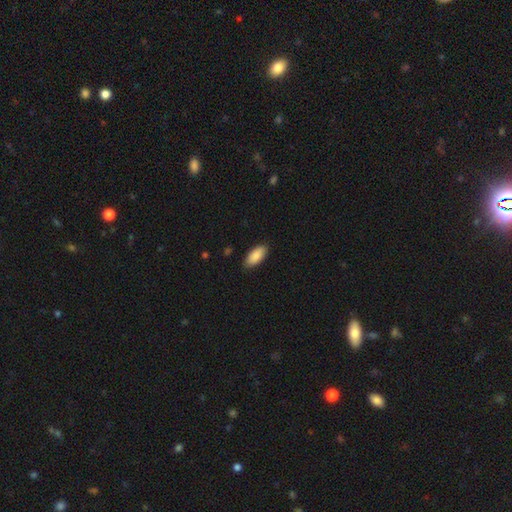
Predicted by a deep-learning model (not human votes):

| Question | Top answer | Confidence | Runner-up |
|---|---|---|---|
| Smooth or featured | smooth | 89% | star or artifact (6%) |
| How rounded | in between | 90% | cigar-shaped (8%) |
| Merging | none | 88% | minor disturbance (9%) |